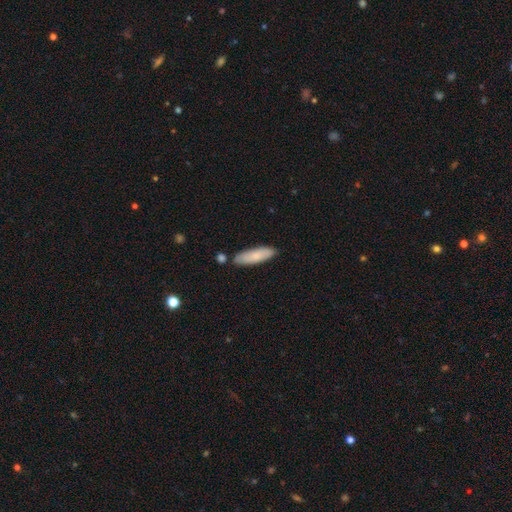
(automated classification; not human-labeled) This appears to be a smooth galaxy with no disk features (81%) that is cigar-shaped (57%). Merging: none (79%).